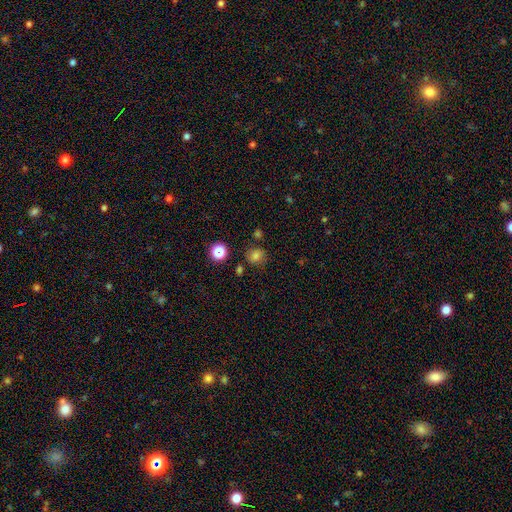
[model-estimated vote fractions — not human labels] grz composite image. It shows a smooth galaxy with no disk features (76%) that is round (78%). Merging: none (76%).